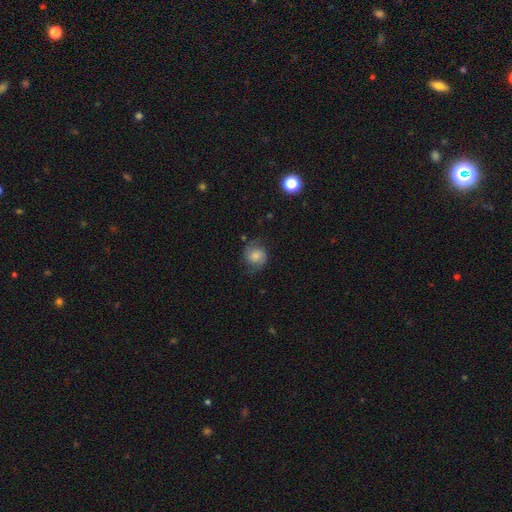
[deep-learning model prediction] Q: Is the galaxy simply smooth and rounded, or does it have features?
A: featured or disk — 47%.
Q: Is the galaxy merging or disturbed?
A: none — 71%.